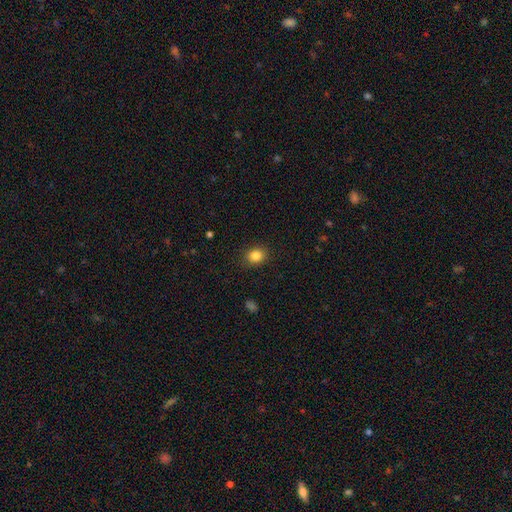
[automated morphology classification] smooth-or-featured: smooth: 84% | star or artifact: 11% | featured or disk: 6%
  how-rounded: round: 57% | in between: 42% | cigar-shaped: 1%
  merging: none: 88% | minor disturbance: 9% | major disturbance: 2% | merger: 1%